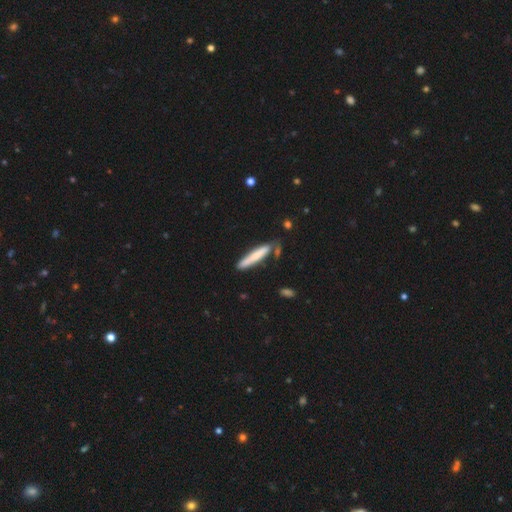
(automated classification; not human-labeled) smooth 71%, featured or disk 24%, star or artifact 5%. Down the decision tree: how rounded — cigar-shaped (92%); merging — none (71%).